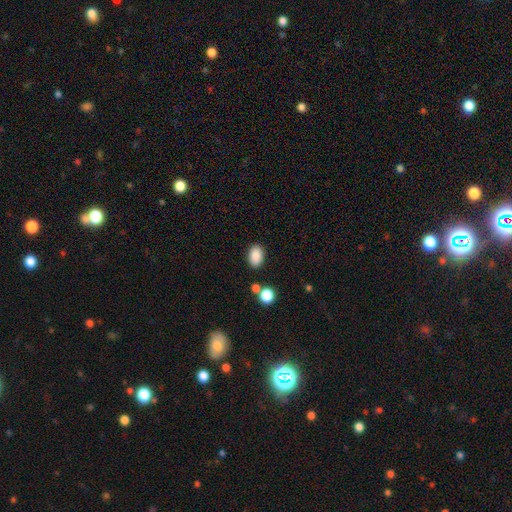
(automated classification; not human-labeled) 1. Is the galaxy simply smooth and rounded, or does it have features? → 88% smooth, 8% star or artifact, 4% featured or disk.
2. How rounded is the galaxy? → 88% in between, 11% round, 1% cigar-shaped.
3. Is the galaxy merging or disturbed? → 84% none, 10% minor disturbance, 4% merger, 3% major disturbance.